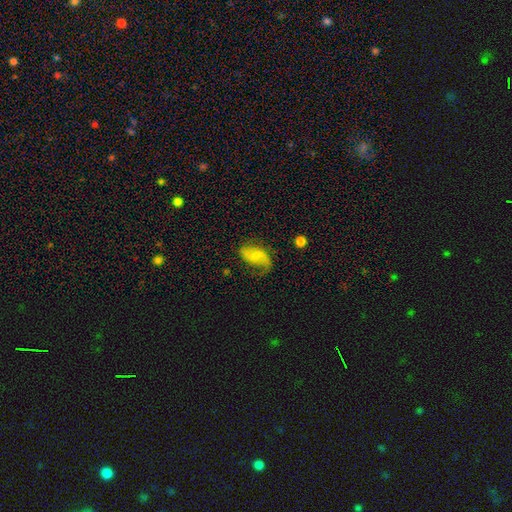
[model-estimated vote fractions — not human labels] Smooth or featured?
  - featured or disk: 64% *
  - smooth: 28%
  - star or artifact: 8%
Edge-on disk?
  - no: 97% *
  - yes: 3%
Bar?
  - weak: 44% *
  - no: 43%
  - strong: 13%
Spiral arms?
  - yes: 89% *
  - no: 11%
Spiral winding?
  - loose: 67% *
  - medium: 25%
  - tight: 8%
Spiral arm count?
  - 2: 76% *
  - 1: 16%
  - can't tell: 5%
  - 3: 1%
  - 4: 1%
  - more than 4: 1%
Bulge size?
  - small: 55% *
  - moderate: 24%
  - none: 17%
  - large: 2%
  - dominant: 1%
Merging?
  - none: 56% *
  - minor disturbance: 25%
  - major disturbance: 17%
  - merger: 2%